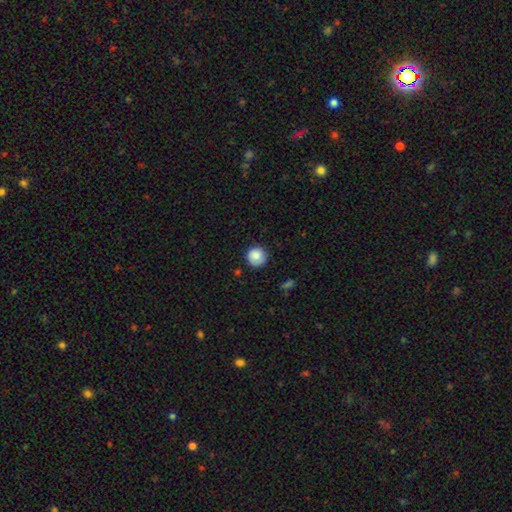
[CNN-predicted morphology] smooth 84%, featured or disk 8%, star or artifact 8%. Down the decision tree: how rounded — round (95%); merging — none (82%).